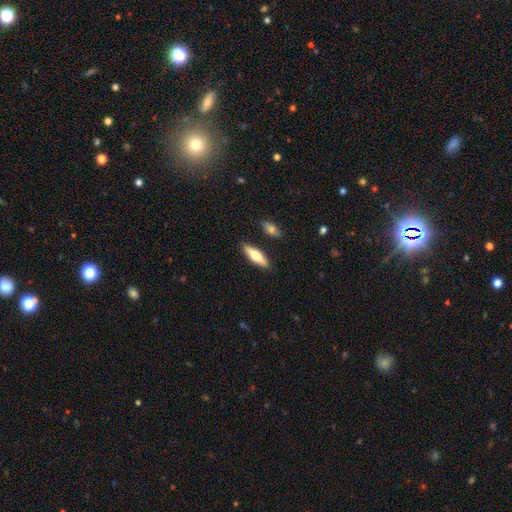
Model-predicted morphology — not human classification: Smooth or featured? Predicted: smooth (p=0.55). How rounded? Predicted: cigar-shaped (p=0.57). Merging? Predicted: none (p=0.87).